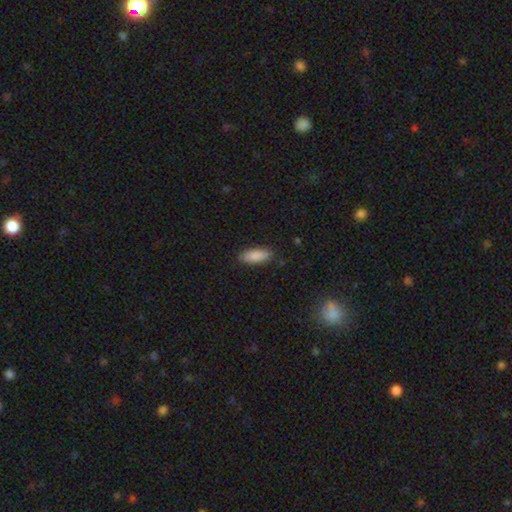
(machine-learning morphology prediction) A smooth galaxy with no disk features (88%) that is in between round and cigar-shaped (71%).

Vote fractions:
- Smooth or featured? smooth: 88% / star or artifact: 6% / featured or disk: 6%
- How rounded? in between: 71% / cigar-shaped: 27% / round: 2%
- Merging? none: 86% / minor disturbance: 10% / major disturbance: 2% / merger: 1%